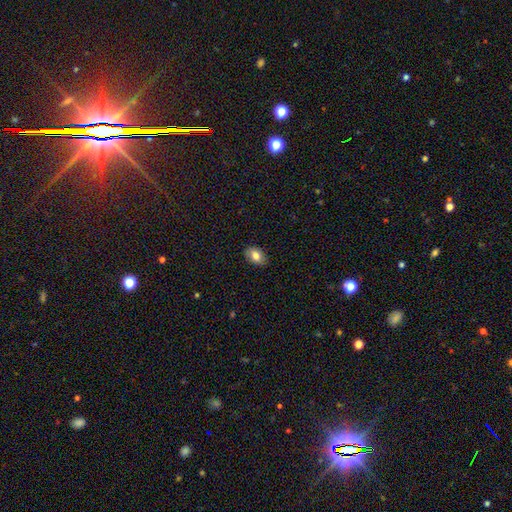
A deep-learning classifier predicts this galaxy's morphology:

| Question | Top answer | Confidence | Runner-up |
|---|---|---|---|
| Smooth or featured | smooth | 82% | featured or disk (10%) |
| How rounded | in between | 84% | round (15%) |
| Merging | none | 86% | minor disturbance (10%) |